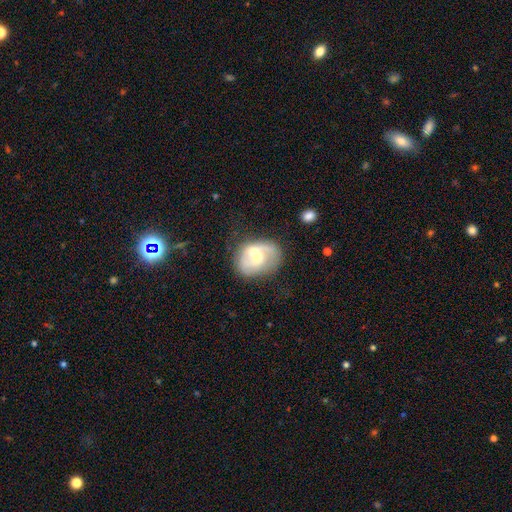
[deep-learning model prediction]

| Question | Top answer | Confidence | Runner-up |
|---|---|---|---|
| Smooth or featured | featured or disk | 55% | smooth (38%) |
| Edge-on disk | no | 97% | yes (3%) |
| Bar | no | 71% | weak (23%) |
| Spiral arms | no | 53% | yes (47%) |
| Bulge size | moderate | 48% | small (42%) |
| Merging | none | 37% | merger (31%) |